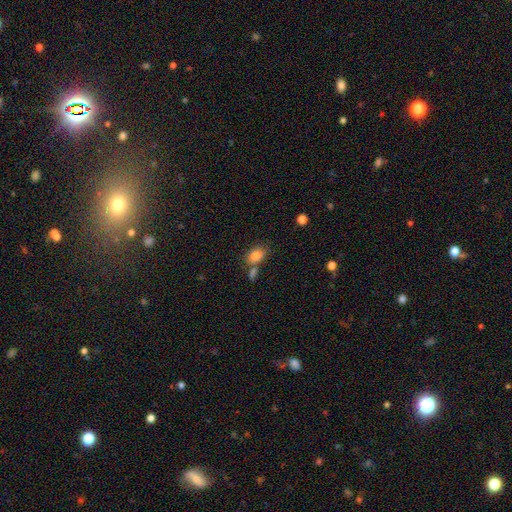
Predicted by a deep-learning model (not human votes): smooth 83%, star or artifact 9%, featured or disk 8%. Down the decision tree: how rounded — in between (77%); merging — none (60%).